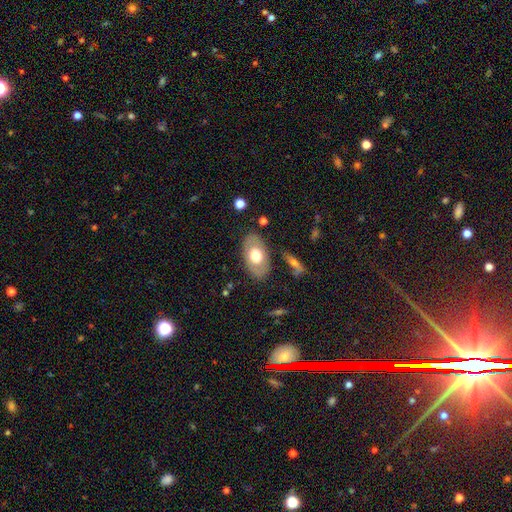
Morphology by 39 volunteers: smooth-or-featured: smooth: 54% | featured or disk: 44% | star or artifact: 3%
  how-rounded: in between: 90% | round: 10% | cigar-shaped: 0%
  merging: none: 82% | minor disturbance: 13% | major disturbance: 5% | merger: 0%